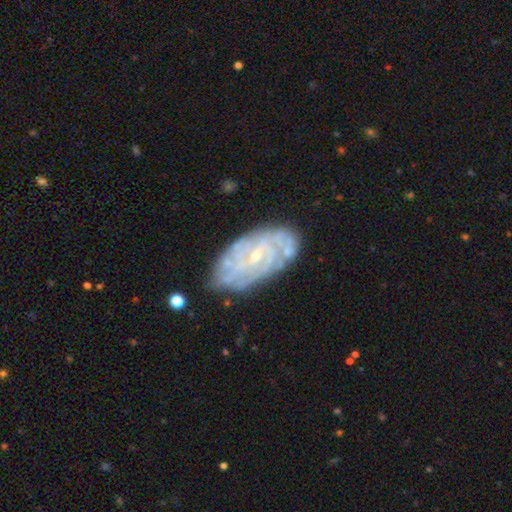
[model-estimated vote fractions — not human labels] Smooth or featured: featured or disk — 80% (smooth — 12%)
Edge-on disk: no — 95% (yes — 5%)
Bar: no — 44% (tied with weak — 44%)
Spiral arms: yes — 90% (no — 10%)
Spiral winding: tight — 68% (medium — 25%)
Spiral arm count: can't tell — 42% (4 — 17%)
Bulge size: small — 76% (moderate — 19%)
Merging: none — 73% (minor disturbance — 19%)